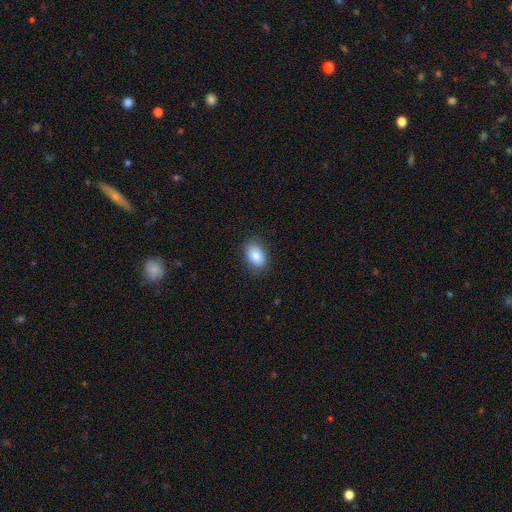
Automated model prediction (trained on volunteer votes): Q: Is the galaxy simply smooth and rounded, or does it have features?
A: smooth — 84%.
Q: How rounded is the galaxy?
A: in between — 84%.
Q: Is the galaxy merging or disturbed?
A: none — 83%.